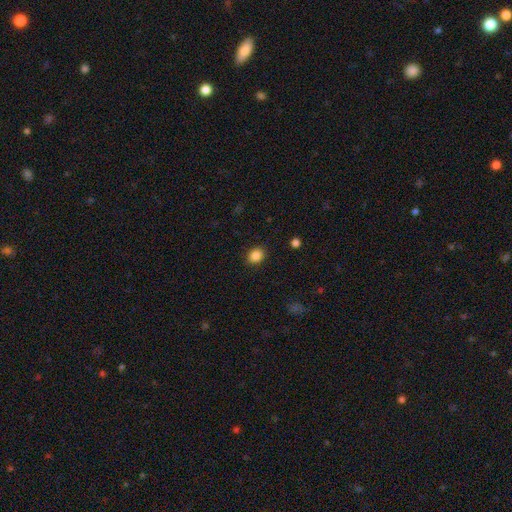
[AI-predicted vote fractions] This is clearly a smooth galaxy (86%). How rounded: possibly round (57%). Merging: clearly none (89%).